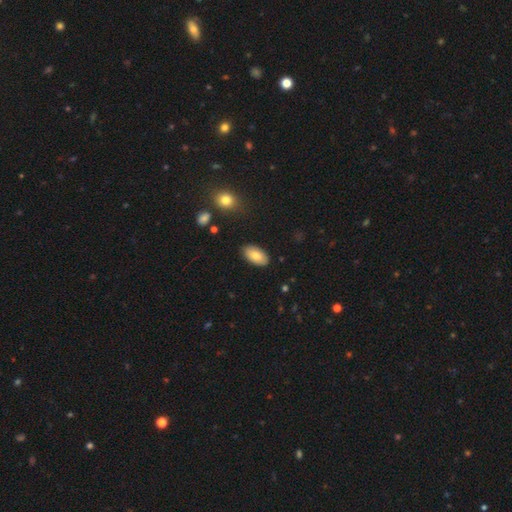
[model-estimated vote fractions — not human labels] A smooth galaxy with no disk features (81%) that is in between round and cigar-shaped (95%).

Vote fractions:
- Smooth or featured? smooth: 81% / featured or disk: 12% / star or artifact: 7%
- How rounded? in between: 95% / round: 3% / cigar-shaped: 2%
- Merging? none: 87% / minor disturbance: 9% / major disturbance: 2% / merger: 1%